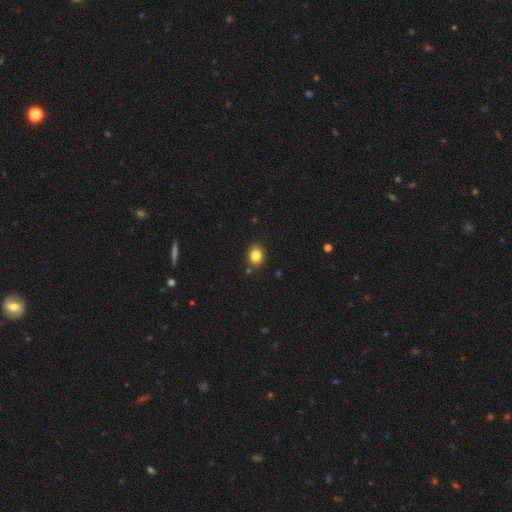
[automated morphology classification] type=smooth (83%); roundness=round (57%); merging=none (85%).